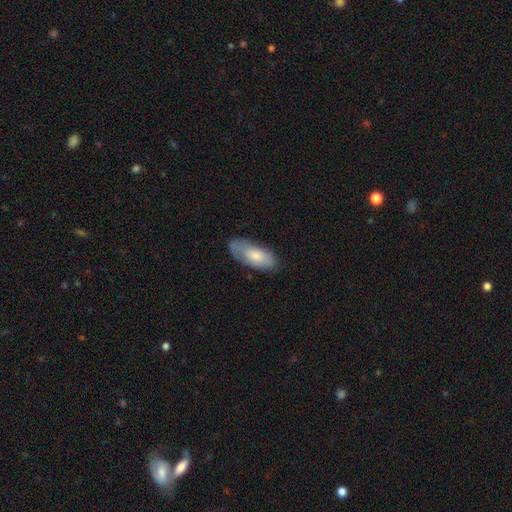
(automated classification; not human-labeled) This appears to be a smooth galaxy with no disk features (71%) that is in between round and cigar-shaped (86%). Merging: none (63%).